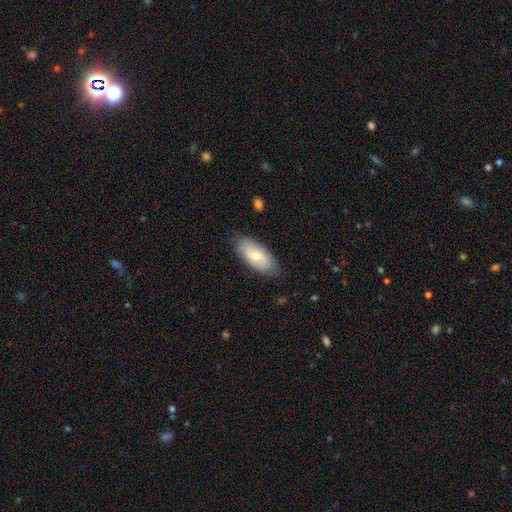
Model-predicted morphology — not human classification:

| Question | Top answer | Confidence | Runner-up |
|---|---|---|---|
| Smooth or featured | smooth | 57% | featured or disk (37%) |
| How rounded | in between | 89% | cigar-shaped (8%) |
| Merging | none | 81% | minor disturbance (15%) |